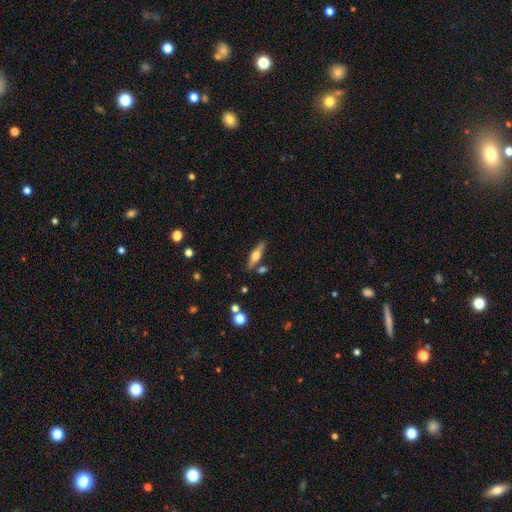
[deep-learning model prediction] smooth_or_featured: featured or disk (p=0.52) [alt: smooth p=0.41]
disk_edge_on: yes (p=0.93) [alt: no p=0.07]
merging: none (p=0.80) [alt: minor disturbance p=0.10]